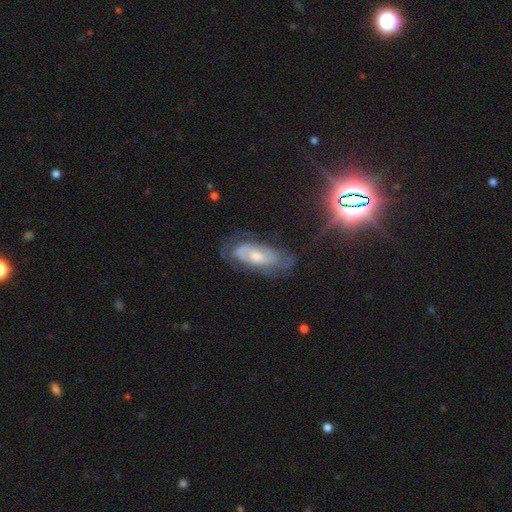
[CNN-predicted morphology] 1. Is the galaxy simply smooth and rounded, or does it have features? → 73% featured or disk, 18% smooth, 9% star or artifact.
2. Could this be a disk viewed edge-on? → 89% no, 11% yes.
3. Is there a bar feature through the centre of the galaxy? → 67% no, 26% weak, 6% strong.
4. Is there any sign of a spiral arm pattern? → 83% yes, 17% no.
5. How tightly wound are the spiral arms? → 56% tight, 33% medium, 11% loose.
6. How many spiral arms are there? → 46% can't tell, 35% 2, 7% 3, 6% 1, 3% 4, 3% more than 4.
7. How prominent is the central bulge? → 55% moderate, 33% small, 7% large, 3% none, 1% dominant.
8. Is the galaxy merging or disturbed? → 62% none, 23% minor disturbance, 14% major disturbance, 2% merger.